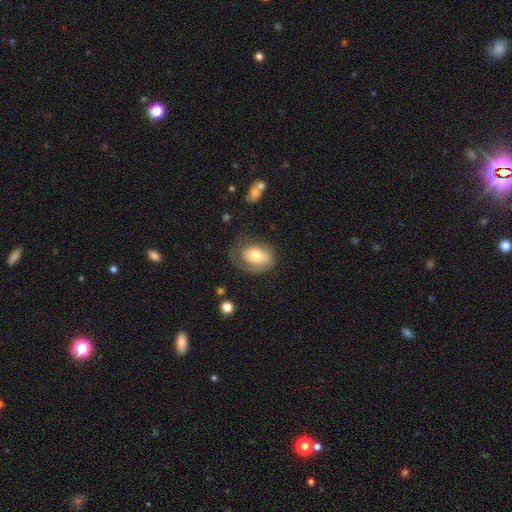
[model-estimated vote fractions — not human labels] smooth-or-featured: smooth: 62% | featured or disk: 31% | star or artifact: 7%
  how-rounded: in between: 64% | round: 35% | cigar-shaped: 1%
  merging: none: 49% | minor disturbance: 27% | major disturbance: 21% | merger: 2%